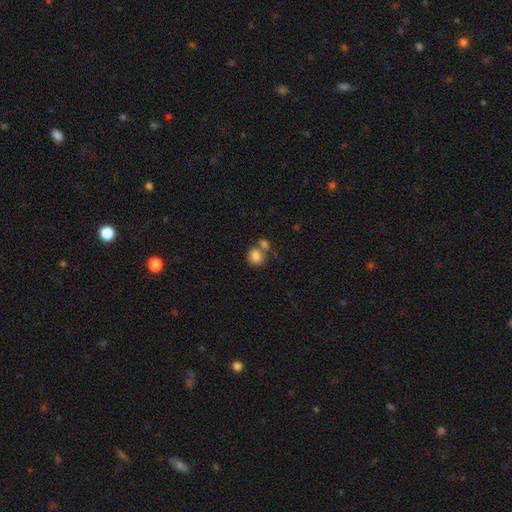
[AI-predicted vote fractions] A smooth galaxy with no disk features (82%) that is round (69%). Merging: none (51%).